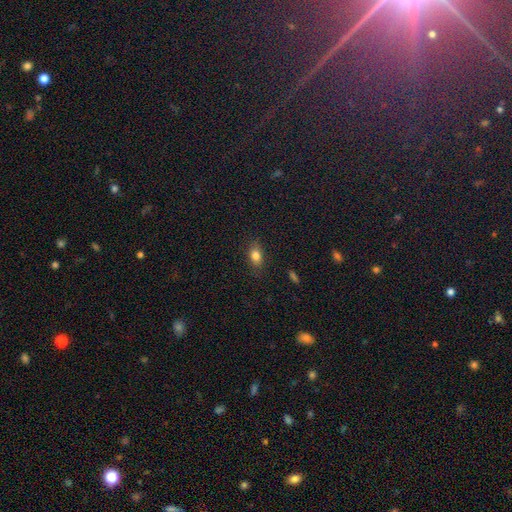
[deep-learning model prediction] smooth_or_featured: smooth (p=0.81) [alt: star or artifact p=0.10]
how_rounded: in between (p=0.79) [alt: round p=0.16]
merging: none (p=0.84) [alt: minor disturbance p=0.12]